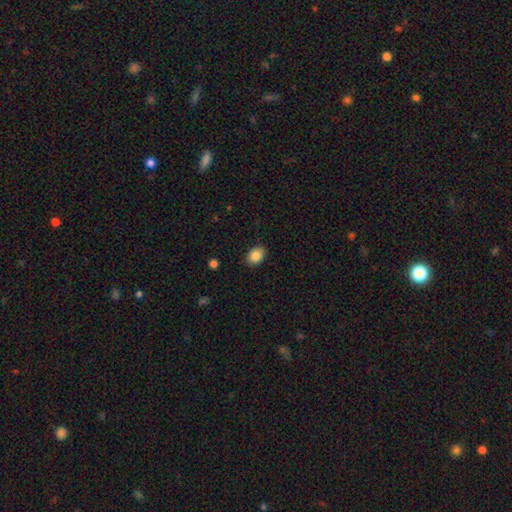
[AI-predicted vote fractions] smooth_or_featured: smooth (p=0.86) [alt: star or artifact p=0.09]
how_rounded: in between (p=0.66) [alt: round p=0.33]
merging: none (p=0.87) [alt: minor disturbance p=0.10]